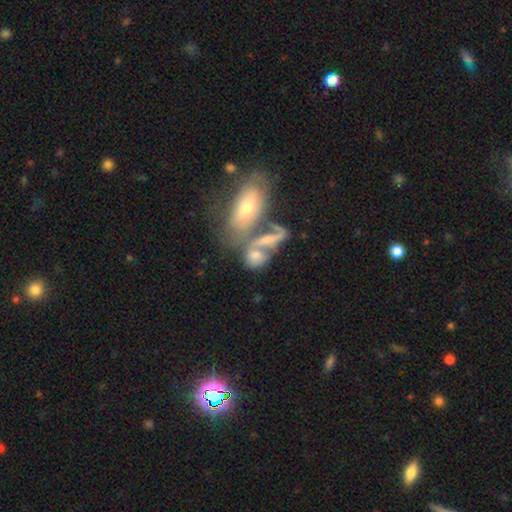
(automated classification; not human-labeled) Overall: smooth (52%; featured or disk 36%). How rounded: in between (70%). Merging: merger (56%; none 23%).